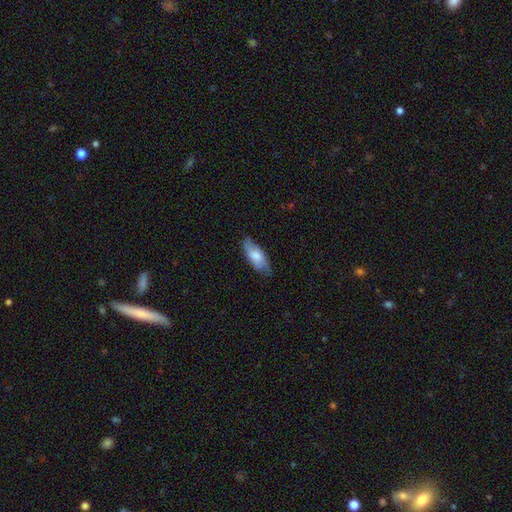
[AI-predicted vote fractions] smooth-or-featured: smooth: 66% | featured or disk: 28% | star or artifact: 6%
  how-rounded: in between: 77% | cigar-shaped: 21% | round: 2%
  merging: none: 72% | minor disturbance: 23% | major disturbance: 4% | merger: 1%